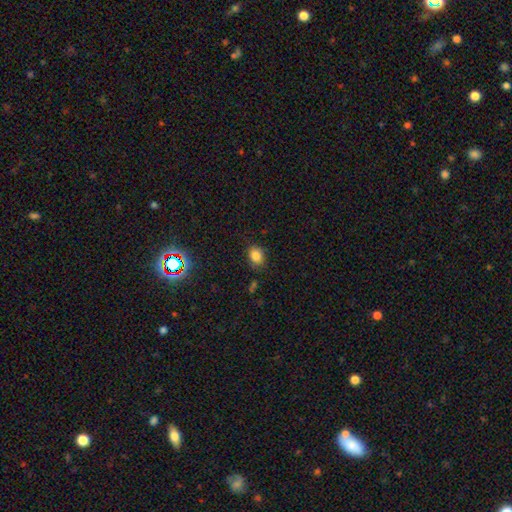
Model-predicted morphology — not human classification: A smooth galaxy with no disk features (82%) that is in between round and cigar-shaped (57%). Merging: none (80%).